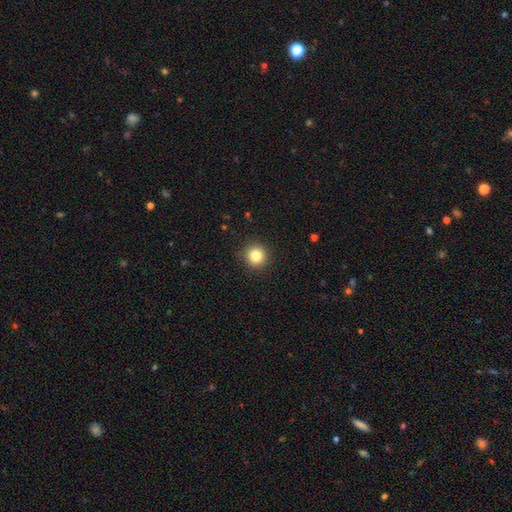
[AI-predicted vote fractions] Smooth or featured: smooth — 83% (star or artifact — 11%)
How rounded: round — 94% (in between — 5%)
Merging: none — 90% (minor disturbance — 7%)